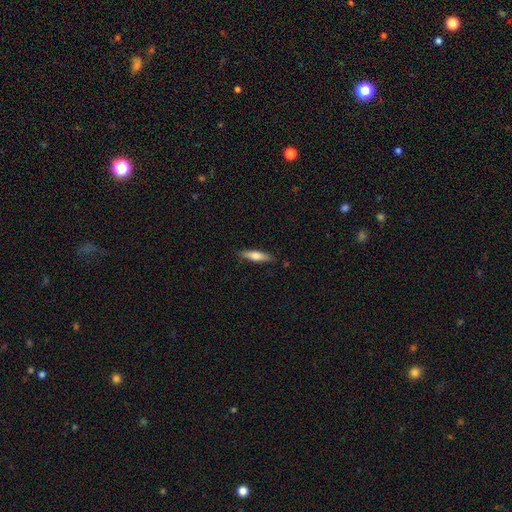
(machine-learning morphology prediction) smooth 67%, featured or disk 27%, star or artifact 6%. Down the decision tree: how rounded — cigar-shaped (73%); merging — none (86%).